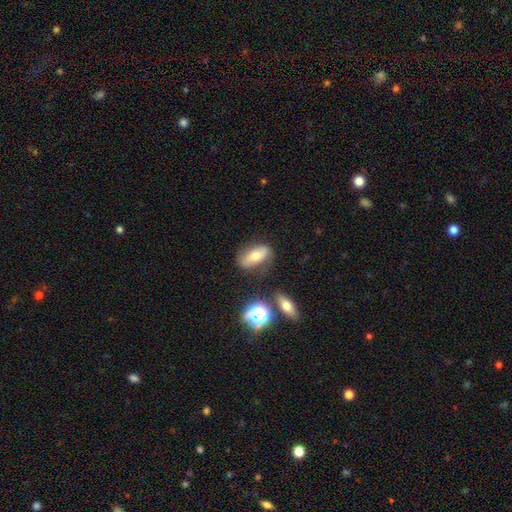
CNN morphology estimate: smooth 59%, featured or disk 30%, star or artifact 11%. Down the decision tree: how rounded — in between (83%); merging — none (72%).